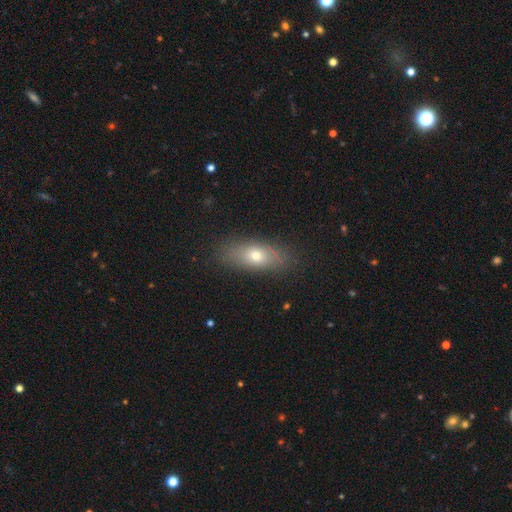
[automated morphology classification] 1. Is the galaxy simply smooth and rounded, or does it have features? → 69% smooth, 22% featured or disk, 9% star or artifact.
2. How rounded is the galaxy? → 74% in between, 20% cigar-shaped, 6% round.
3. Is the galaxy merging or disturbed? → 84% none, 12% minor disturbance, 3% major disturbance, 1% merger.